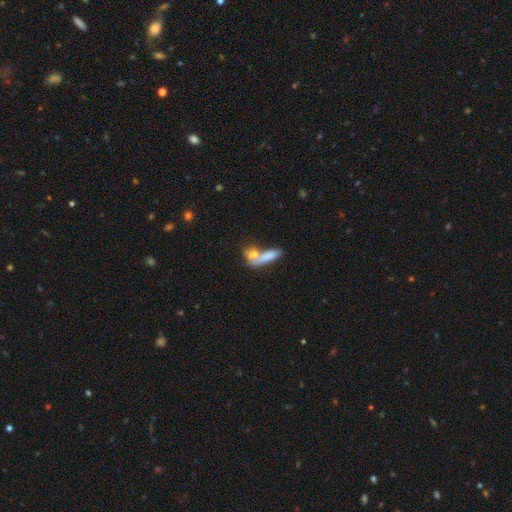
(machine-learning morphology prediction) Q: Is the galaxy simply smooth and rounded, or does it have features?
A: smooth — 70%.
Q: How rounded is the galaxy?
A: cigar-shaped — 52%.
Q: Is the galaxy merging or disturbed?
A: merger — 47%.